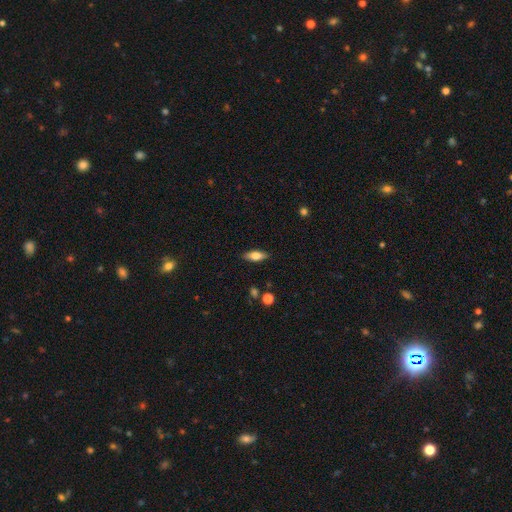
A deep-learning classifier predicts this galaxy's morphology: Smooth or featured: smooth — 70% (featured or disk — 23%)
How rounded: in between — 74% (cigar-shaped — 23%)
Merging: none — 87% (minor disturbance — 10%)